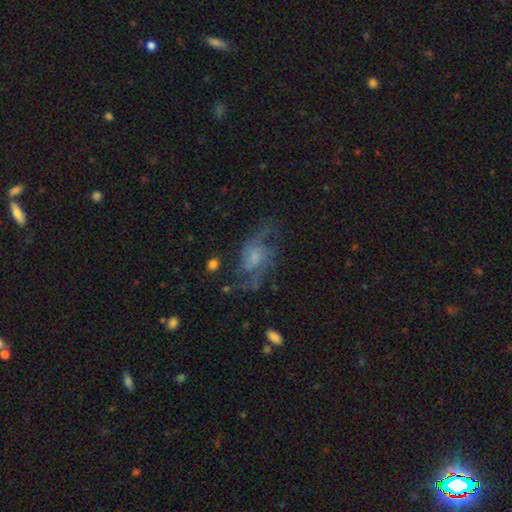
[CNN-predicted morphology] smooth_or_featured: featured or disk (p=0.75) [alt: smooth p=0.16]
disk_edge_on: no (p=0.96) [alt: yes p=0.04]
bar: no (p=0.63) [alt: weak p=0.32]
has_spiral_arms: yes (p=0.89) [alt: no p=0.11]
spiral_winding: loose (p=0.50) [alt: medium p=0.39]
spiral_arm_count: 2 (p=0.59) [alt: can't tell p=0.15]
bulge_size: small (p=0.43) [alt: moderate p=0.24]
merging: none (p=0.52) [alt: major disturbance p=0.26]